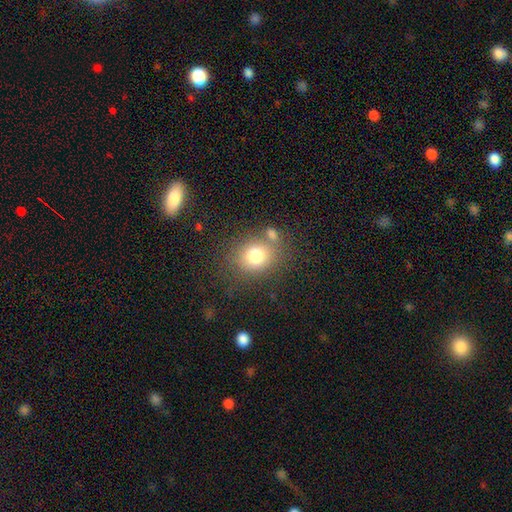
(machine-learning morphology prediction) A smooth galaxy with no disk features (78%) that is round (66%). Merging: none (66%).